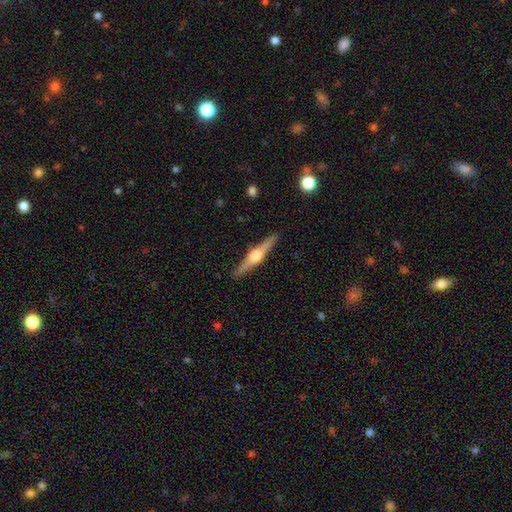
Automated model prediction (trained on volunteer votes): A featured or disk galaxy (79%) viewed edge-on (98%) with a rounded central bulge (93%). Merging: none (91%).